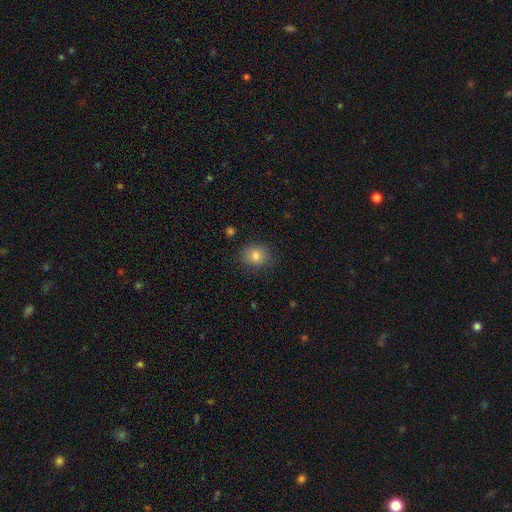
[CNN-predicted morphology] The model was most divided on "how rounded": round: 64%, in between: 35%, cigar-shaped: 1%. More confident: merging — none (85%); smooth or featured — smooth (80%).